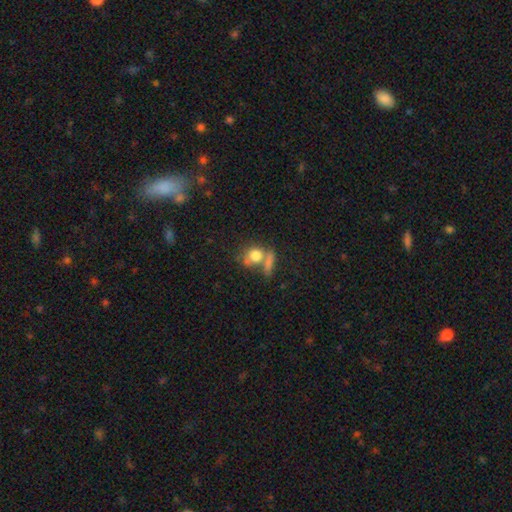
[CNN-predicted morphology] This is likely a smooth galaxy (74%). How rounded: possibly round (57%). Merging: marginally merger (39%).